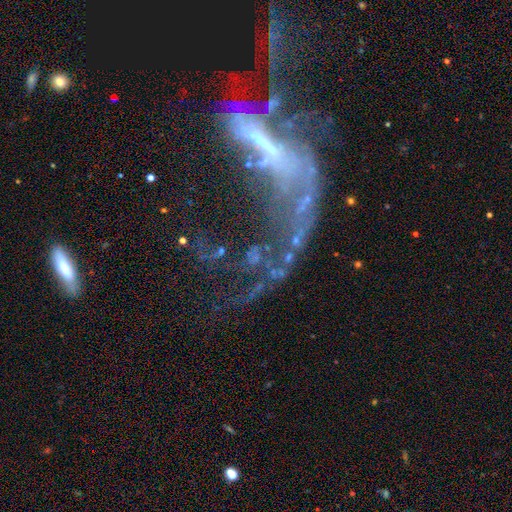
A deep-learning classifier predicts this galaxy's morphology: This appears to be a featured or disk galaxy (48%). Merging: none (37%).